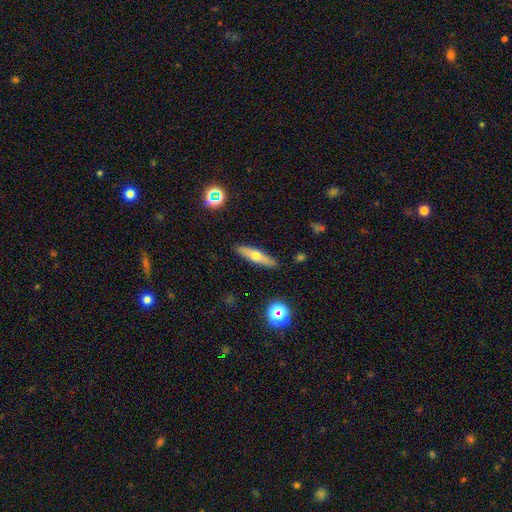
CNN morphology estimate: Smooth or featured: smooth — 55% (featured or disk — 37%)
How rounded: cigar-shaped — 72% (in between — 25%)
Merging: none — 89% (minor disturbance — 8%)